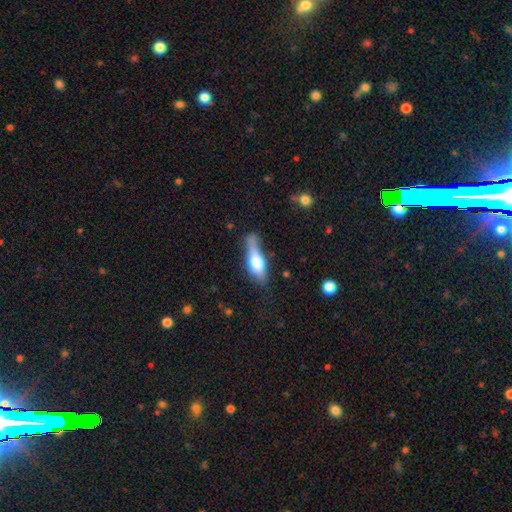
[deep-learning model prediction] Smooth or featured? smooth (55%)
How rounded? cigar-shaped (54%)
Merging? none (52%)